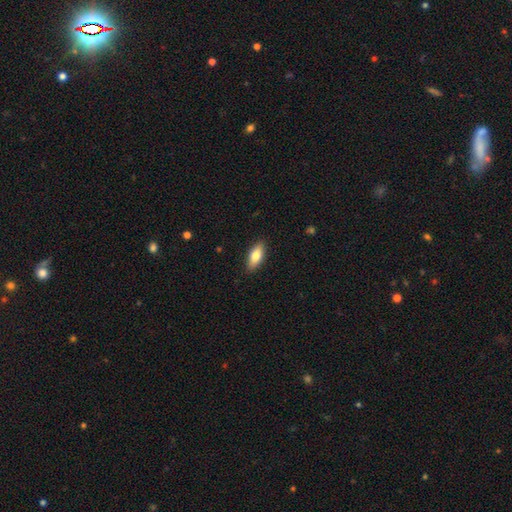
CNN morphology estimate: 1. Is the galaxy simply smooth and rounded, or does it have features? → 78% smooth, 16% featured or disk, 6% star or artifact.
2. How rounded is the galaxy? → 79% in between, 19% cigar-shaped, 3% round.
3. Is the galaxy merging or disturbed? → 88% none, 9% minor disturbance, 2% major disturbance, 1% merger.